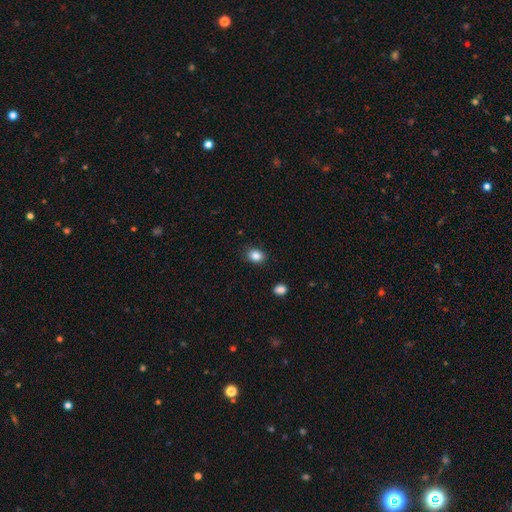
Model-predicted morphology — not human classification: Overall: smooth (85%). How rounded: in between (59%; round 40%). Merging: none (86%).